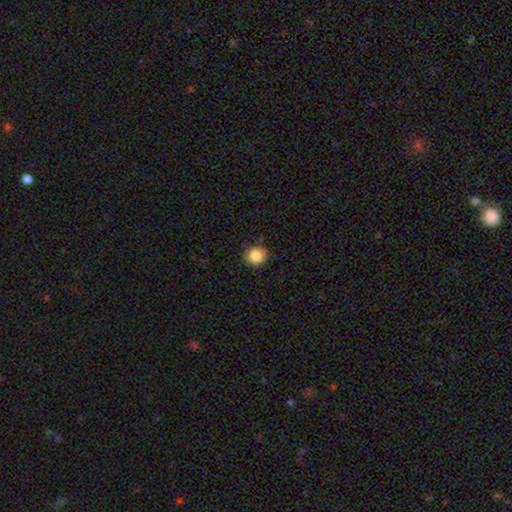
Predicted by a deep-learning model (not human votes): The model was most divided on "merging": none: 79%, minor disturbance: 17%, major disturbance: 3%, merger: 1%. More confident: smooth or featured — smooth (85%); how rounded — round (84%).